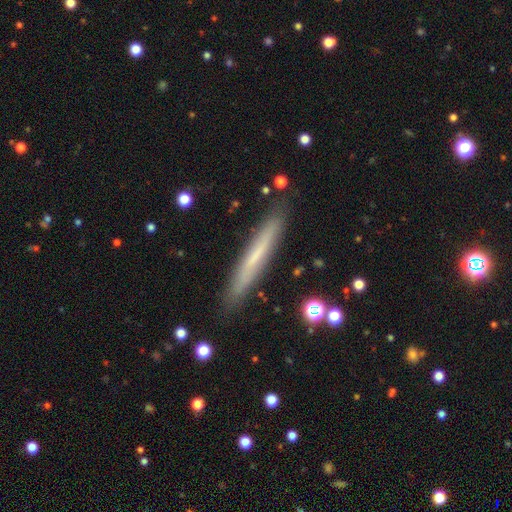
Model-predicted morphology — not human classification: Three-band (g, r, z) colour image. It shows a smooth galaxy with no disk features (53%) that is cigar-shaped (95%). Merging: none (88%).